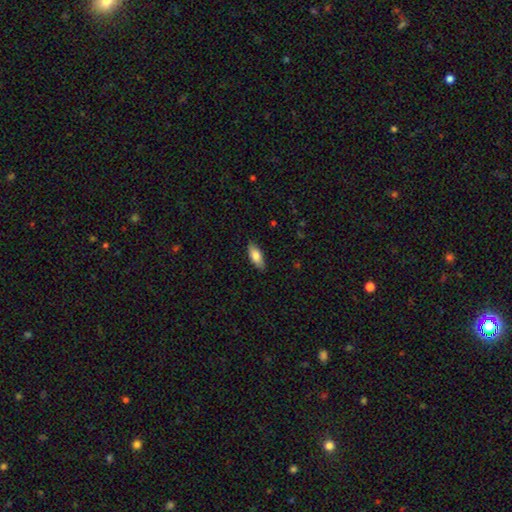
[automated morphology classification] A smooth galaxy with no disk features (79%) that is in between round and cigar-shaped (77%).

Vote fractions:
- Smooth or featured? smooth: 79% / featured or disk: 15% / star or artifact: 6%
- How rounded? in between: 77% / cigar-shaped: 20% / round: 2%
- Merging? none: 87% / minor disturbance: 10% / major disturbance: 2% / merger: 1%